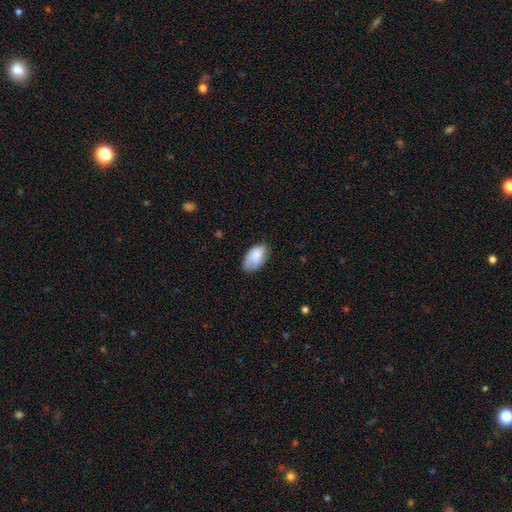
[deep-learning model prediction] smooth_or_featured: smooth (p=0.78) [alt: featured or disk p=0.15]
how_rounded: in between (p=0.94) [alt: round p=0.05]
merging: none (p=0.61) [alt: minor disturbance p=0.29]